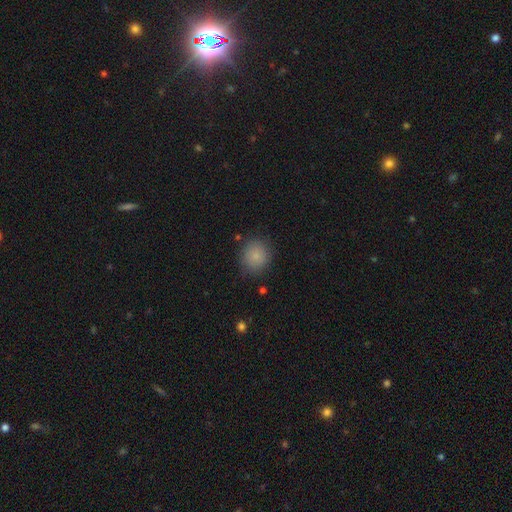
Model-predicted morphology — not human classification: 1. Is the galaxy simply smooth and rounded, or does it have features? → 84% smooth, 10% star or artifact, 6% featured or disk.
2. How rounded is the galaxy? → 81% round, 18% in between, 1% cigar-shaped.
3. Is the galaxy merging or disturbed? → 82% none, 12% minor disturbance, 4% major disturbance, 2% merger.